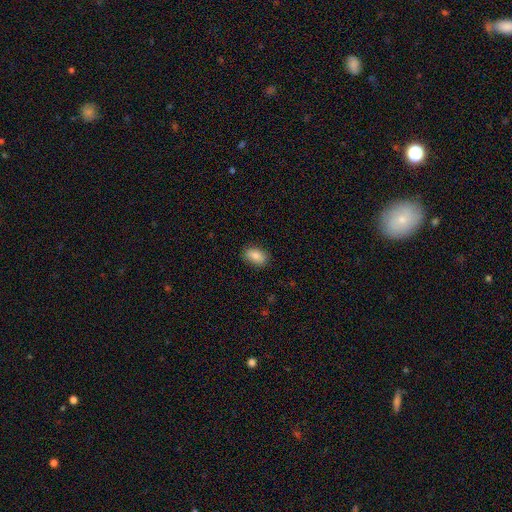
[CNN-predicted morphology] smooth-or-featured: smooth: 84% | featured or disk: 8% | star or artifact: 7%
  how-rounded: in between: 90% | round: 8% | cigar-shaped: 2%
  merging: none: 86% | minor disturbance: 11% | major disturbance: 2% | merger: 1%